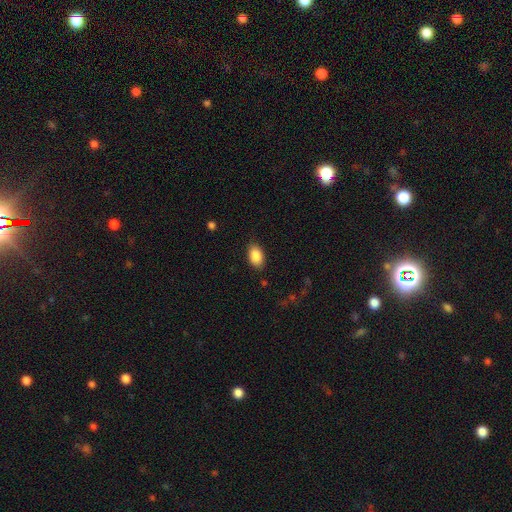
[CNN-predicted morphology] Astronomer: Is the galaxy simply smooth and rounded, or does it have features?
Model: smooth — 88%.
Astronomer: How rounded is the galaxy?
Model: in between — 91%.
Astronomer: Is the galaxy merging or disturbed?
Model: none — 85%.